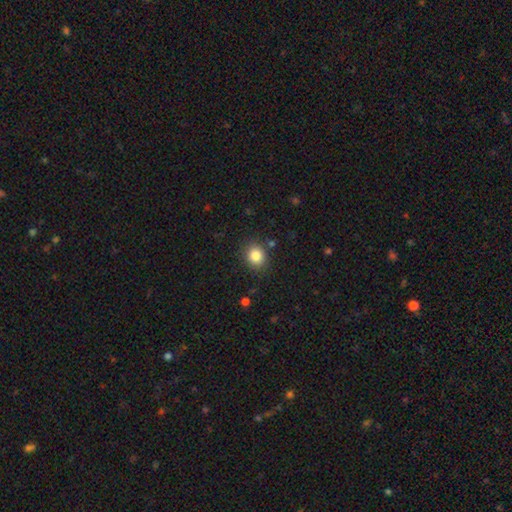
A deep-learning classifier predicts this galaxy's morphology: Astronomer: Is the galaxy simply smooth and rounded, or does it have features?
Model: smooth — 84%.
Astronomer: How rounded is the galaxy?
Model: round — 75%.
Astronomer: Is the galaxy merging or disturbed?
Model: none — 86%.